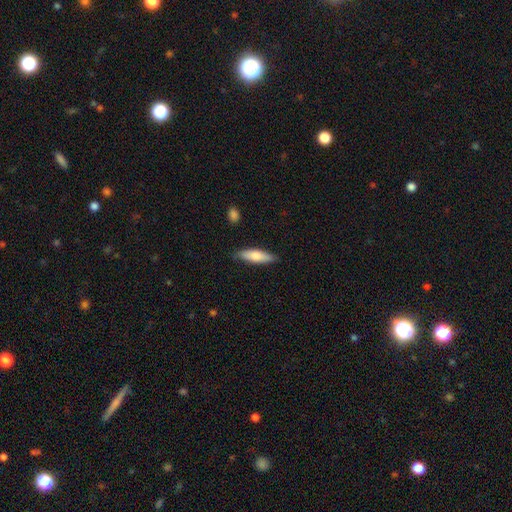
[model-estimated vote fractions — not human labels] Smooth or featured? Predicted: smooth (p=0.72). How rounded? Predicted: cigar-shaped (p=0.60). Merging? Predicted: none (p=0.83).